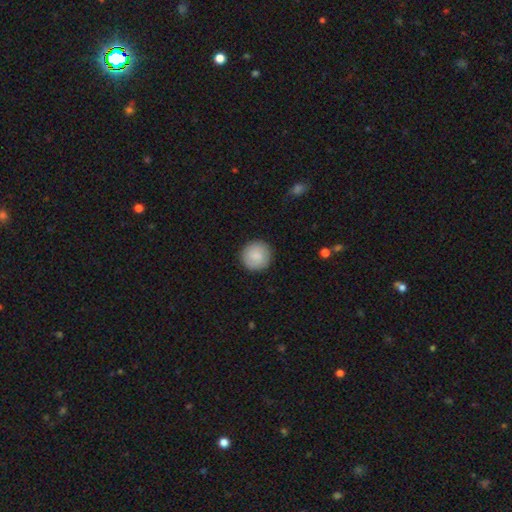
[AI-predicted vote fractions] The model was most divided on "smooth or featured": smooth: 86%, featured or disk: 8%, star or artifact: 6%. More confident: how rounded — round (95%); merging — none (91%).